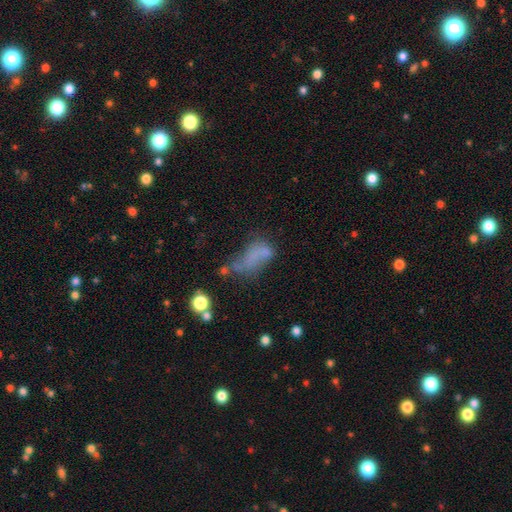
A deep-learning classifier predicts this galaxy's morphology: Overall: smooth (51%; featured or disk 31%). How rounded: in between (80%). Merging: major disturbance (31%; none 27%).